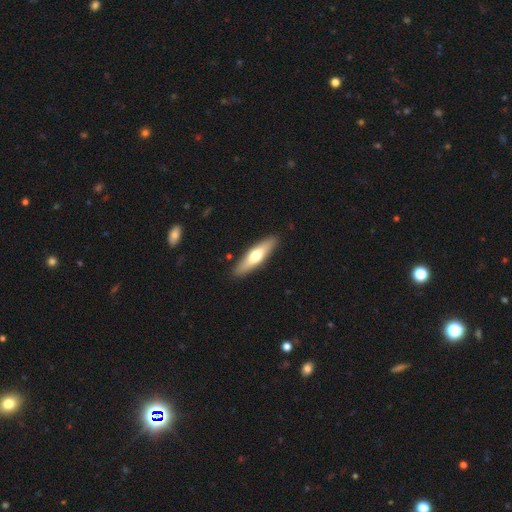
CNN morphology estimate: A smooth galaxy with no disk features (56%) that is cigar-shaped (70%).

Vote fractions:
- Smooth or featured? smooth: 56% / featured or disk: 39% / star or artifact: 5%
- How rounded? cigar-shaped: 70% / in between: 28% / round: 2%
- Merging? none: 90% / minor disturbance: 8% / major disturbance: 2% / merger: 1%